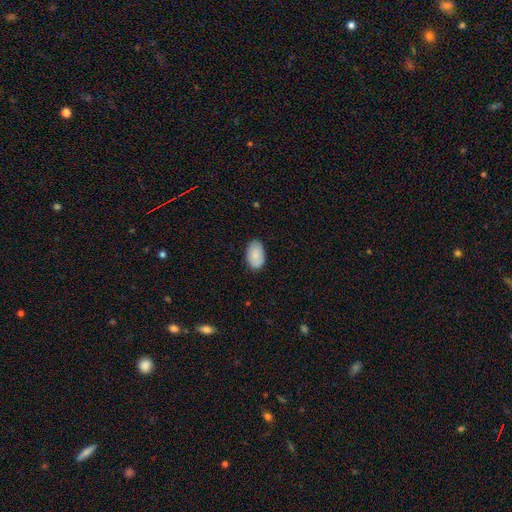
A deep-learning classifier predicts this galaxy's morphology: The model was most divided on "merging": none: 83%, minor disturbance: 14%, major disturbance: 2%, merger: 1%. More confident: how rounded — in between (92%); smooth or featured — smooth (85%).